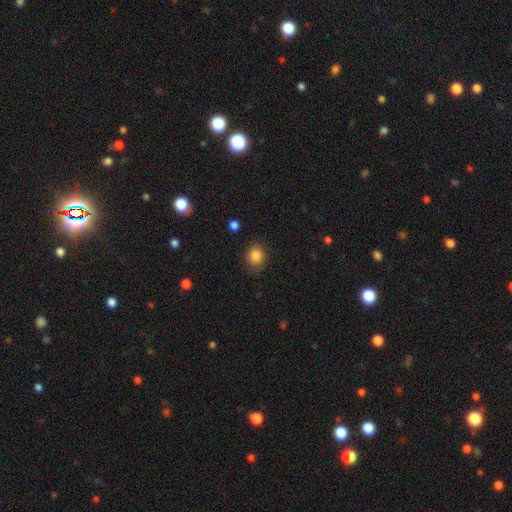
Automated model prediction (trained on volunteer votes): Overall: smooth (84%). How rounded: round (71%). Merging: none (83%).